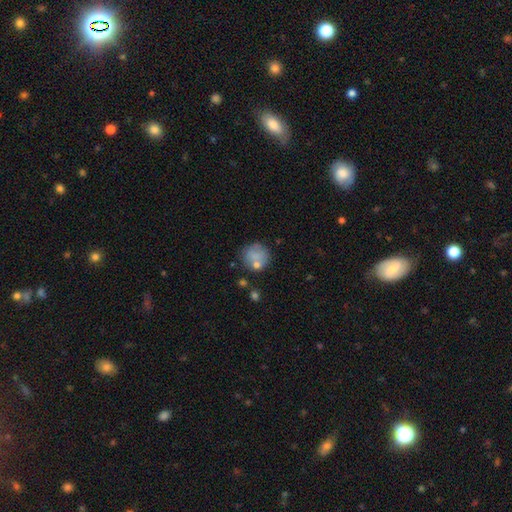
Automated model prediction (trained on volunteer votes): Smooth or featured?
  - smooth: 74% *
  - featured or disk: 15%
  - star or artifact: 10%
How rounded?
  - round: 89% *
  - in between: 10%
  - cigar-shaped: 1%
Merging?
  - none: 64% *
  - minor disturbance: 17%
  - merger: 11%
  - major disturbance: 8%